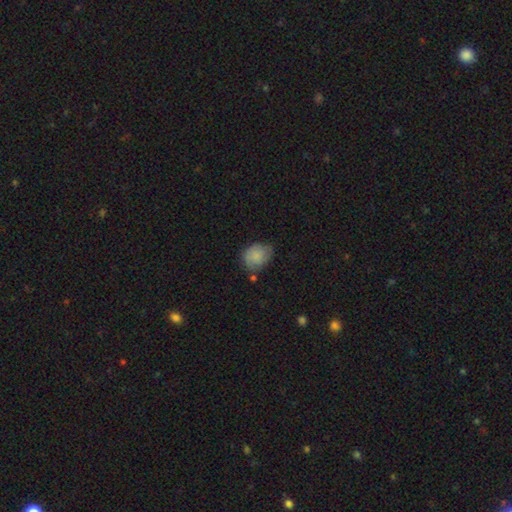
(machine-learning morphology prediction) smooth 77%, featured or disk 15%, star or artifact 8%. Down the decision tree: how rounded — round (51%); merging — none (56%).